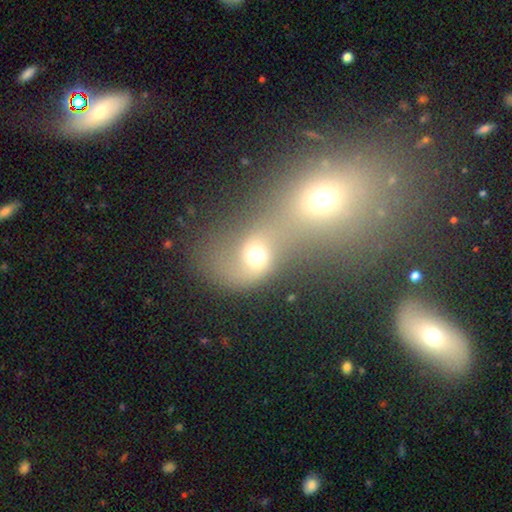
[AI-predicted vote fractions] Smooth or featured: smooth — 55% (featured or disk — 28%)
How rounded: round — 51% (in between — 47%)
Merging: merger — 60% (none — 23%)